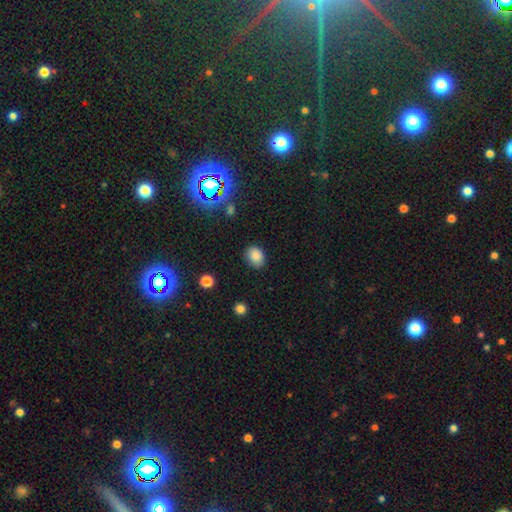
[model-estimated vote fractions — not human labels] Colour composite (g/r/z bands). It shows a smooth galaxy with no disk features (83%) that is in between round and cigar-shaped (58%). Merging: none (82%).